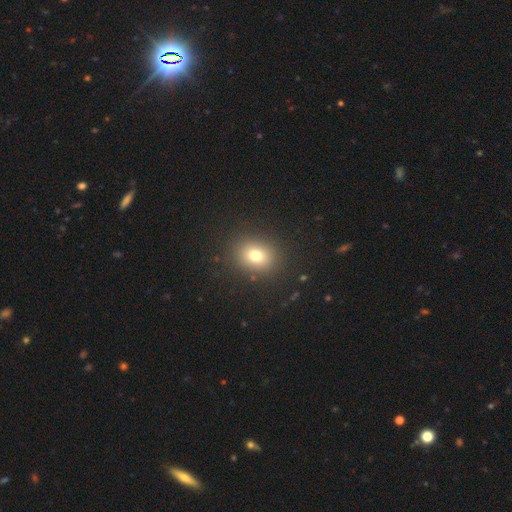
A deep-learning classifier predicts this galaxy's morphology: Overall: smooth (75%). How rounded: round (59%; in between 41%). Merging: none (88%).